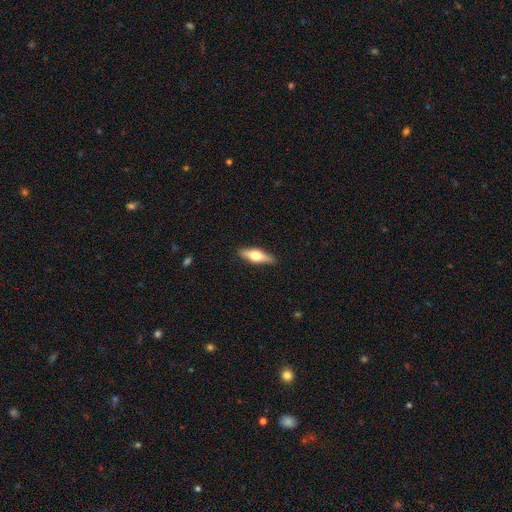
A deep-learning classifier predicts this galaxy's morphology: Q: Smooth or featured?
A: featured or disk (47%); tied with: smooth (47%)
Q: Merging?
A: none (88%); runner-up: minor disturbance (9%)